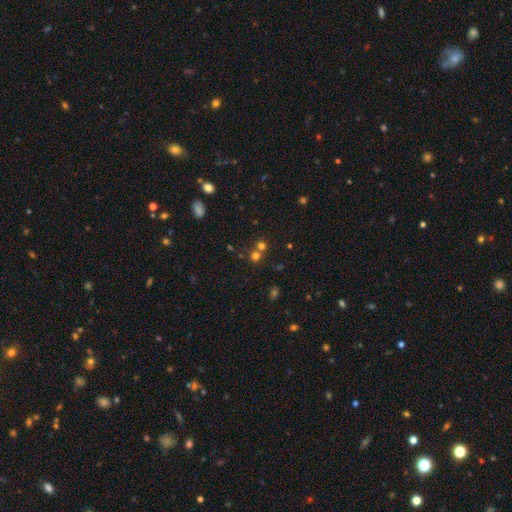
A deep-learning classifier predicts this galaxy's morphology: type=smooth (63%); roundness=round (89%); merging=none (57%).